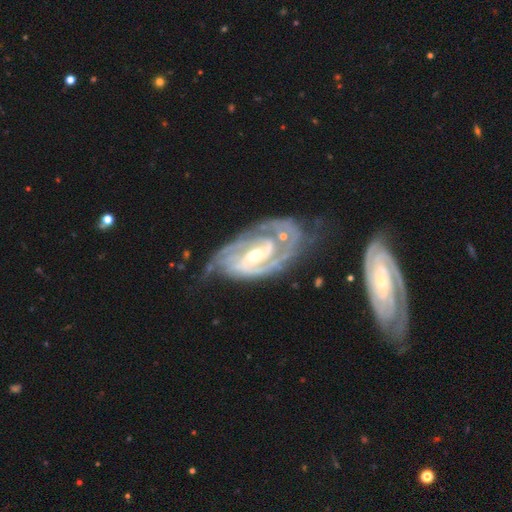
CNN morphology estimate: This appears to be a featured or disk galaxy (91%) with a weak bar (48%), 2 (62%) tight (56%) spiral arms (98%) and a moderate central bulge (55%). Merging: none (55%).